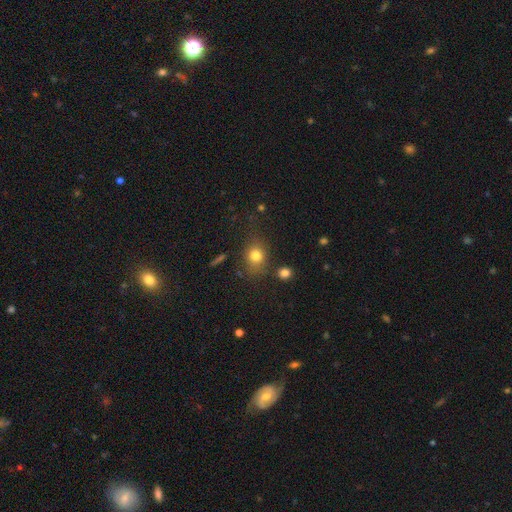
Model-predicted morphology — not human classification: This appears to be a smooth galaxy with no disk features (78%) that is round (58%). Merging: none (70%).